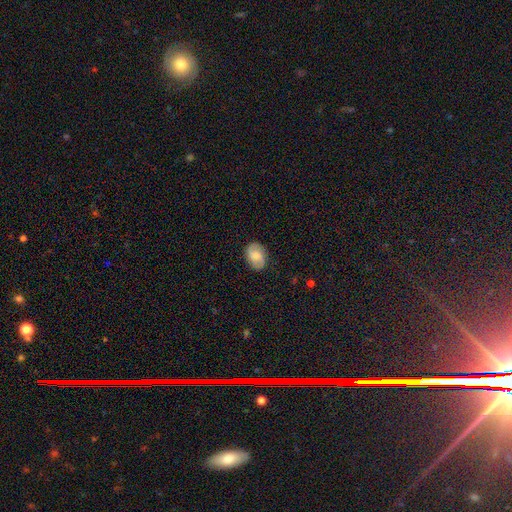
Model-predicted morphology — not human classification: The model was most divided on "smooth or featured": smooth: 62%, featured or disk: 30%, star or artifact: 8%. More confident: merging — none (85%); how rounded — in between (76%).